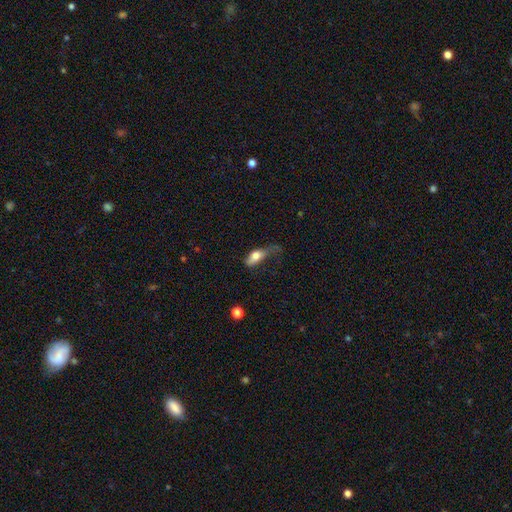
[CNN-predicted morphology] Smooth or featured: smooth — 68% (featured or disk — 25%)
How rounded: in between — 74% (cigar-shaped — 21%)
Merging: major disturbance — 41% (minor disturbance — 30%)